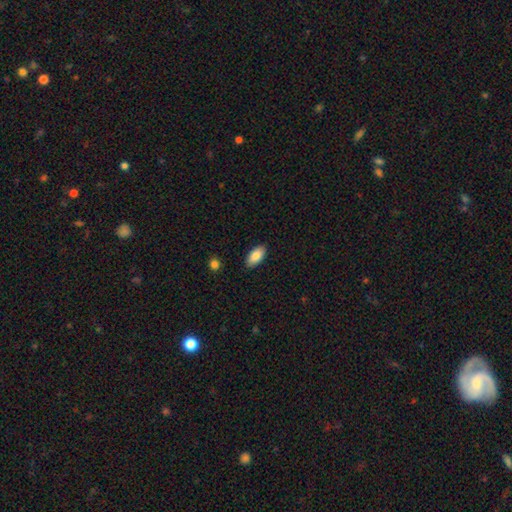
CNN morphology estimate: A smooth galaxy with no disk features (85%) that is in between round and cigar-shaped (93%). Merging: none (88%).